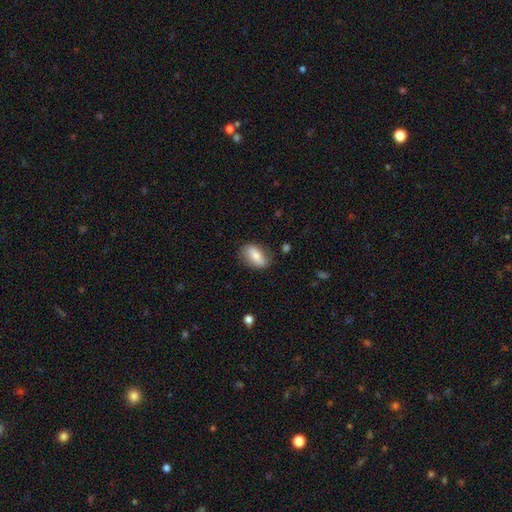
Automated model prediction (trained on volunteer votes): smooth_or_featured: smooth (p=0.71) [alt: featured or disk p=0.22]
how_rounded: in between (p=0.86) [alt: round p=0.08]
merging: none (p=0.78) [alt: minor disturbance p=0.16]